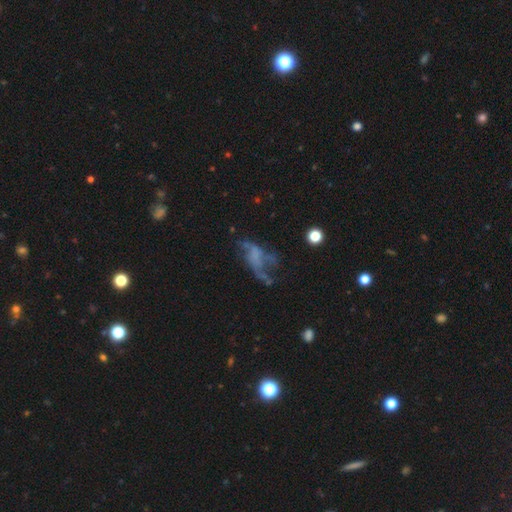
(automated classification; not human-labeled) Smooth or featured? featured or disk (56%)
Edge-on disk? no (93%)
Bar? no (80%)
Spiral arms? no (64%)
Bulge size? none (77%)
Merging? major disturbance (43%)